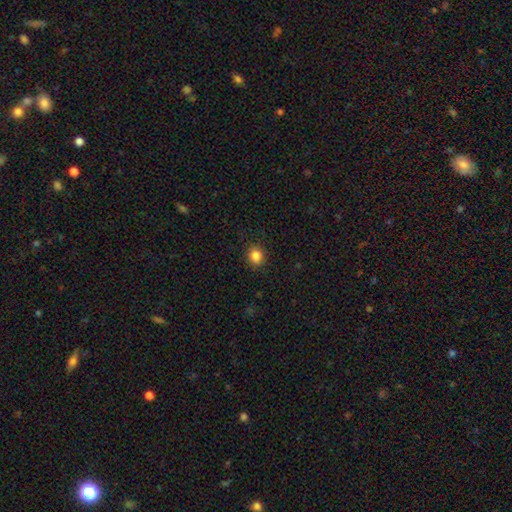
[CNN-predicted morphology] Q: Smooth or featured?
A: smooth (85%); runner-up: star or artifact (11%)
Q: How rounded?
A: round (77%); runner-up: in between (22%)
Q: Merging?
A: none (90%); runner-up: minor disturbance (7%)